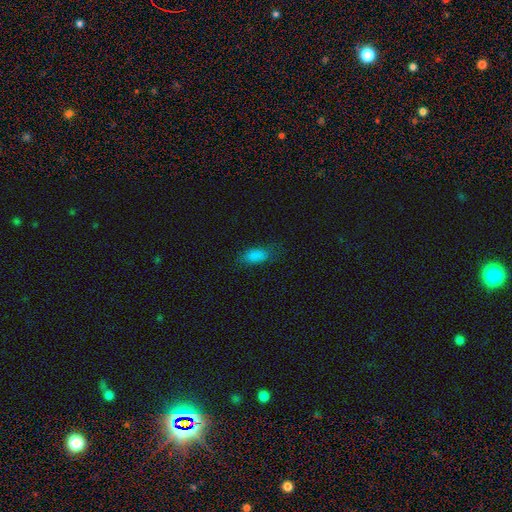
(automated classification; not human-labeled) Smooth or featured?
  - smooth: 84% *
  - star or artifact: 10%
  - featured or disk: 6%
How rounded?
  - in between: 87% *
  - cigar-shaped: 10%
  - round: 3%
Merging?
  - none: 70% *
  - minor disturbance: 21%
  - major disturbance: 7%
  - merger: 1%